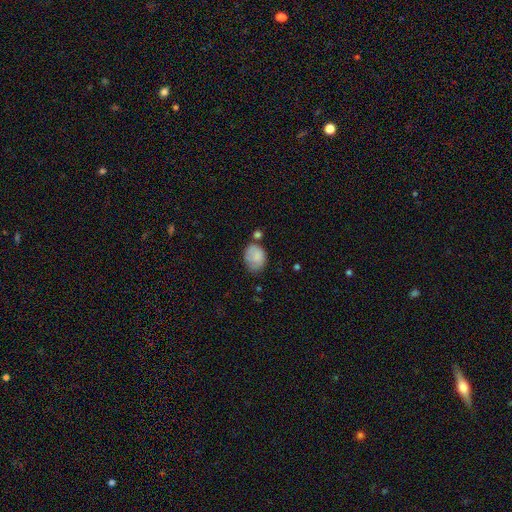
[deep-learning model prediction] Smooth or featured? smooth (81%)
How rounded? in between (67%)
Merging? none (50%)